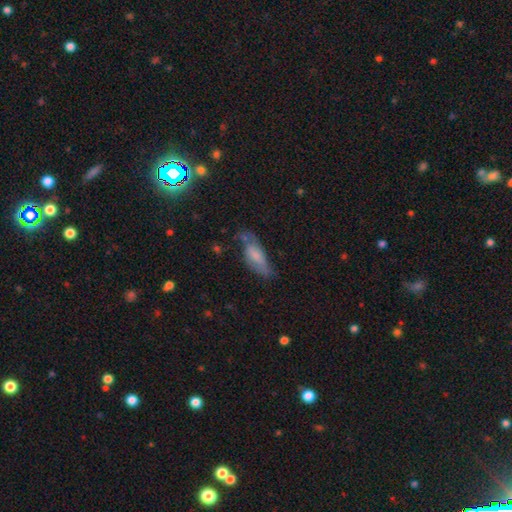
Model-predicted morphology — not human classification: Smooth or featured?
  - smooth: 60% *
  - featured or disk: 32%
  - star or artifact: 7%
How rounded?
  - in between: 71% *
  - cigar-shaped: 27%
  - round: 2%
Merging?
  - none: 48% *
  - minor disturbance: 32%
  - major disturbance: 16%
  - merger: 5%